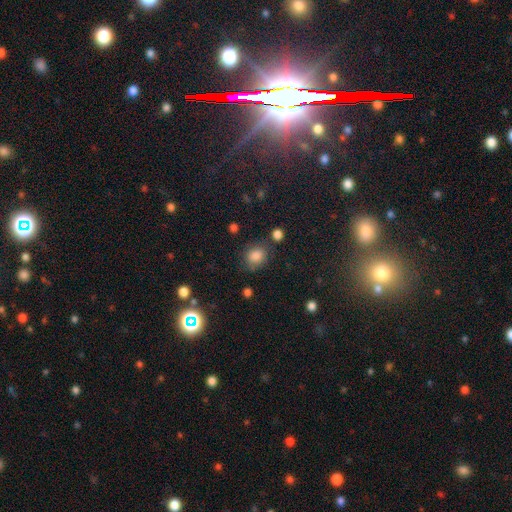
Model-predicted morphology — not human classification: A smooth galaxy with no disk features (83%) that is round (65%). Merging: none (74%).